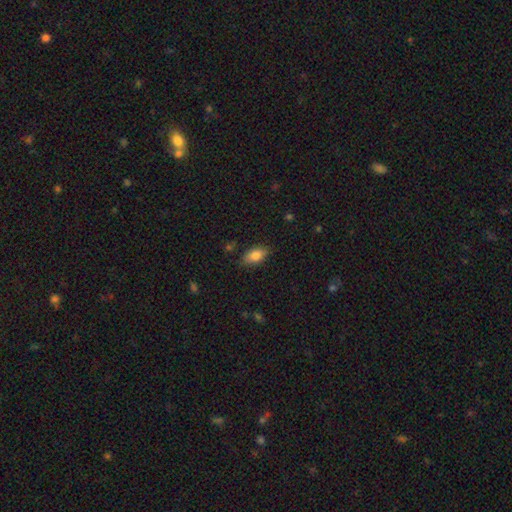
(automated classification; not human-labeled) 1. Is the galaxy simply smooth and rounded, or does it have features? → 82% smooth, 11% featured or disk, 8% star or artifact.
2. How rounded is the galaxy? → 89% in between, 5% round, 5% cigar-shaped.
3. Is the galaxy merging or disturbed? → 82% none, 14% minor disturbance, 3% major disturbance, 1% merger.